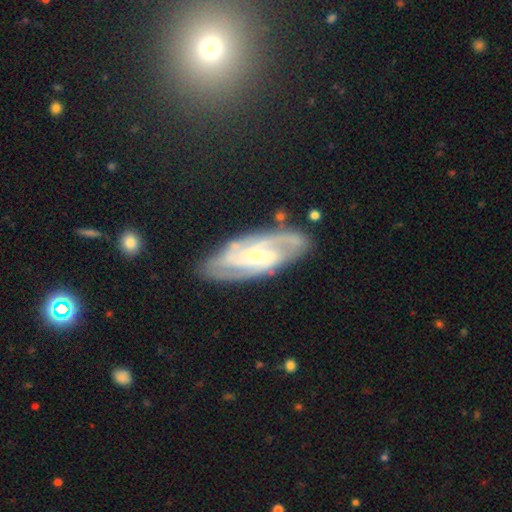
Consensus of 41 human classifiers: Smooth or featured?
  - featured or disk: 85% *
  - smooth: 7%
  - star or artifact: 7%
Edge-on disk?
  - no: 94% *
  - yes: 6%
Bar?
  - weak: 58% *
  - strong: 21%
  - no: 21%
Spiral arms?
  - yes: 97% *
  - no: 3%
Spiral winding?
  - medium: 53% *
  - tight: 41%
  - loose: 6%
Spiral arm count?
  - 3: 53% *
  - 2: 31%
  - can't tell: 9%
  - 4: 6%
  - 1: 0%
  - more than 4: 0%
Bulge size?
  - small: 70% *
  - moderate: 27%
  - large: 3%
  - dominant: 0%
  - none: 0%
Merging?
  - none: 84% *
  - minor disturbance: 11%
  - major disturbance: 3%
  - merger: 3%